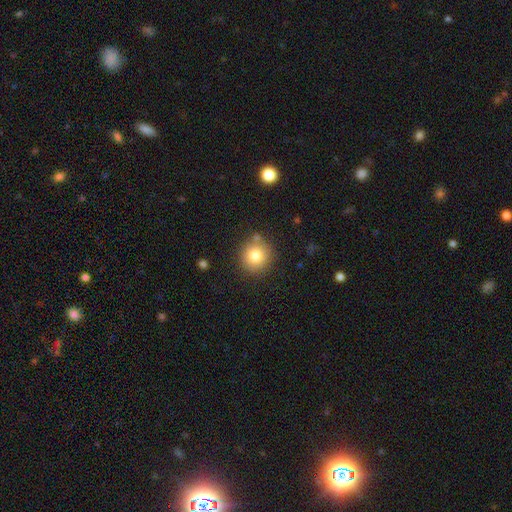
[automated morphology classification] smooth_or_featured: smooth (p=0.80) [alt: star or artifact p=0.12]
how_rounded: round (p=0.93) [alt: in between p=0.06]
merging: none (p=0.84) [alt: minor disturbance p=0.08]